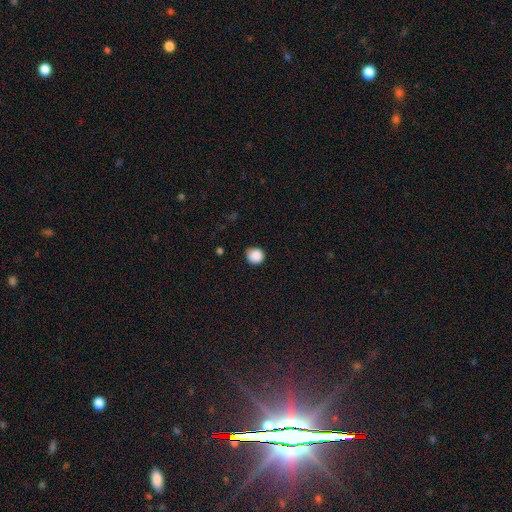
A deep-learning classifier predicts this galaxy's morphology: A smooth galaxy with no disk features (88%) that is round (88%). Merging: none (84%).